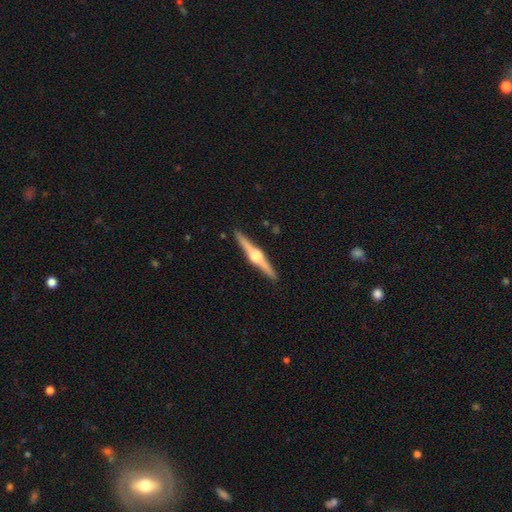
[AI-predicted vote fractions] Smooth or featured: featured or disk — 84% (smooth — 11%)
Edge-on disk: yes — 98% (no — 2%)
Edge-on bulge: rounded — 94% (boxy — 4%)
Merging: none — 92% (minor disturbance — 6%)